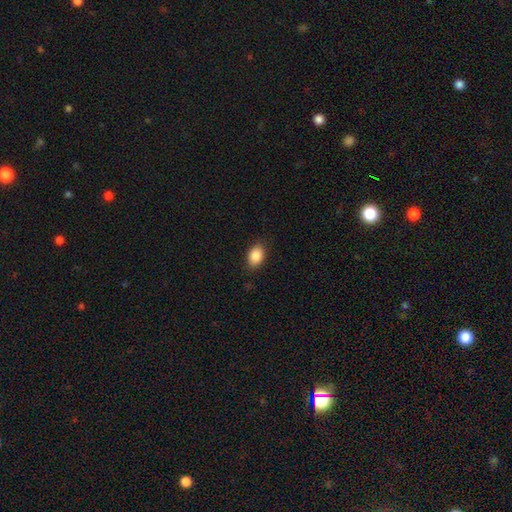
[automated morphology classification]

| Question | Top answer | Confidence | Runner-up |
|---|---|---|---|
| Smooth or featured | smooth | 87% | star or artifact (8%) |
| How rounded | in between | 81% | round (18%) |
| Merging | none | 86% | minor disturbance (11%) |